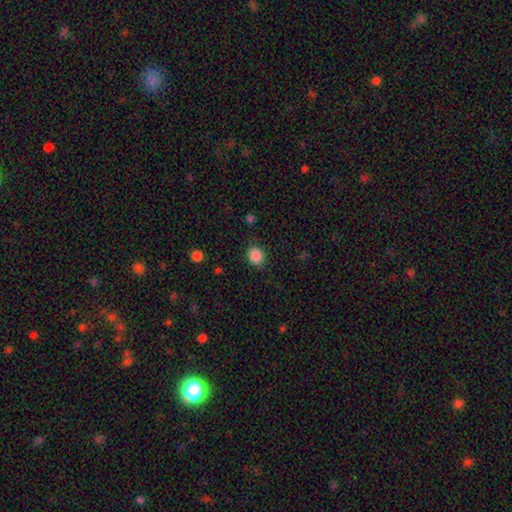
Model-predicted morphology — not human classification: Smooth or featured: smooth — 88% (star or artifact — 9%)
How rounded: round — 75% (in between — 24%)
Merging: none — 85% (minor disturbance — 10%)